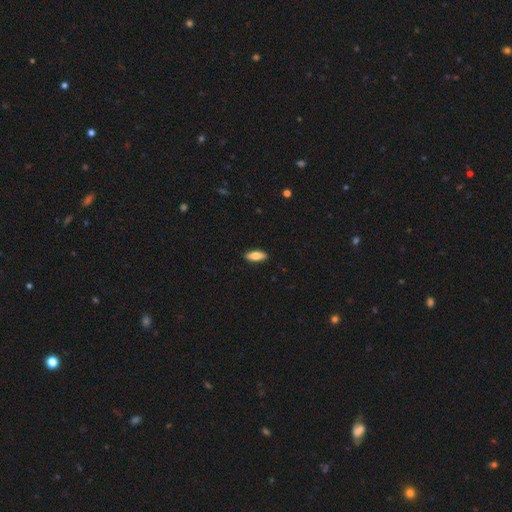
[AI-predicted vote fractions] The model was most divided on "how rounded": in between: 65%, cigar-shaped: 33%, round: 3%. More confident: merging — none (91%); smooth or featured — smooth (73%).